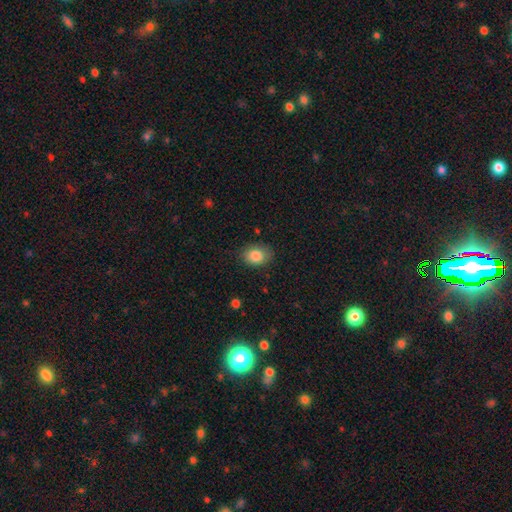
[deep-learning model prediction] Smooth or featured? smooth (84%)
How rounded? in between (64%)
Merging? none (79%)